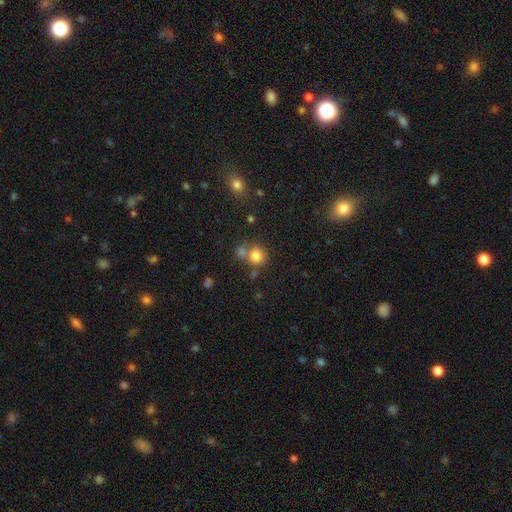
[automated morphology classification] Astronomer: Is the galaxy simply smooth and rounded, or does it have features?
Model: smooth — 81%.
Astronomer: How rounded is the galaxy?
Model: round — 87%.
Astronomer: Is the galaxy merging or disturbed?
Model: none — 59%.